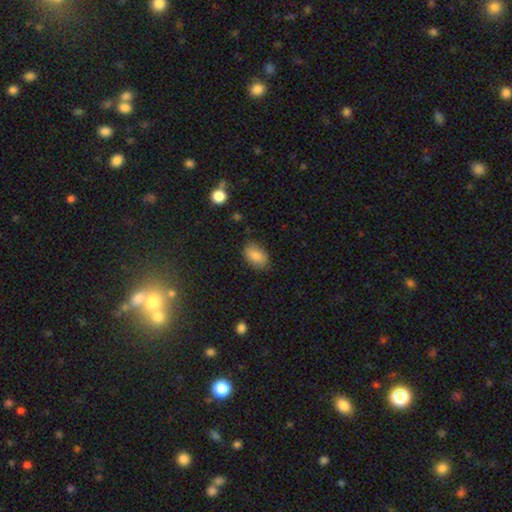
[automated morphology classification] Smooth or featured? Predicted: smooth (p=0.84). How rounded? Predicted: in between (p=0.90). Merging? Predicted: none (p=0.79).